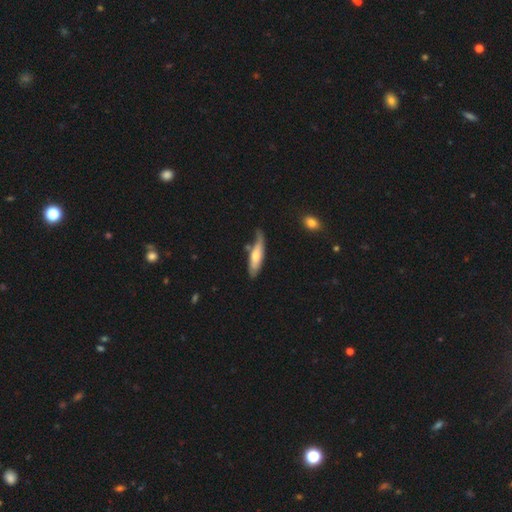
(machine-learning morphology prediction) A smooth galaxy with no disk features (54%) that is cigar-shaped (63%).

Vote fractions:
- Smooth or featured? smooth: 54% / featured or disk: 40% / star or artifact: 6%
- How rounded? cigar-shaped: 63% / in between: 35% / round: 2%
- Merging? none: 53% / minor disturbance: 29% / major disturbance: 10% / merger: 8%